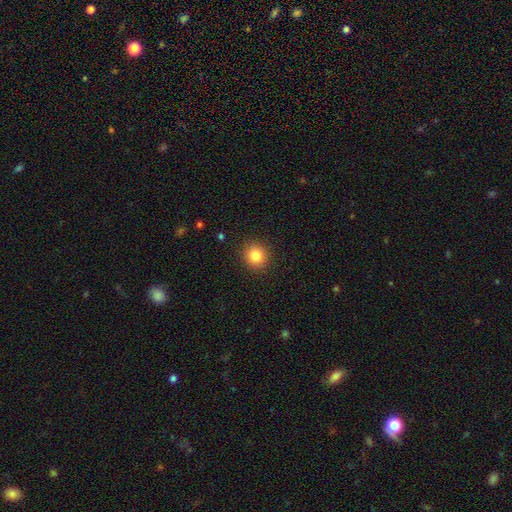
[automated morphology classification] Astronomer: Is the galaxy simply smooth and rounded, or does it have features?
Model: smooth — 84%.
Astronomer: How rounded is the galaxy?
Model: round — 86%.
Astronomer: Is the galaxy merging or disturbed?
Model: none — 90%.